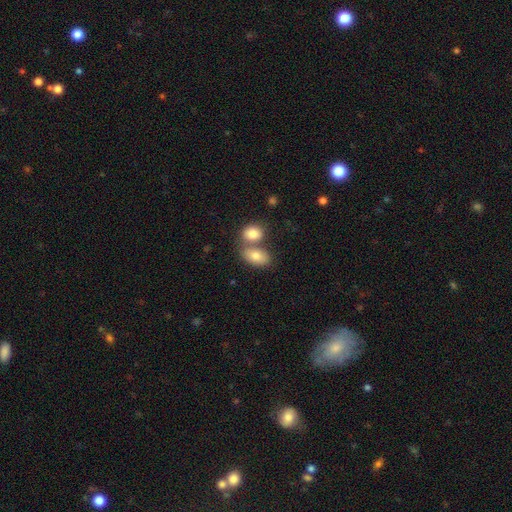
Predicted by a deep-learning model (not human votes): Q: Smooth or featured?
A: smooth (80%); runner-up: featured or disk (13%)
Q: How rounded?
A: in between (88%); runner-up: round (10%)
Q: Merging?
A: merger (51%); runner-up: none (38%)